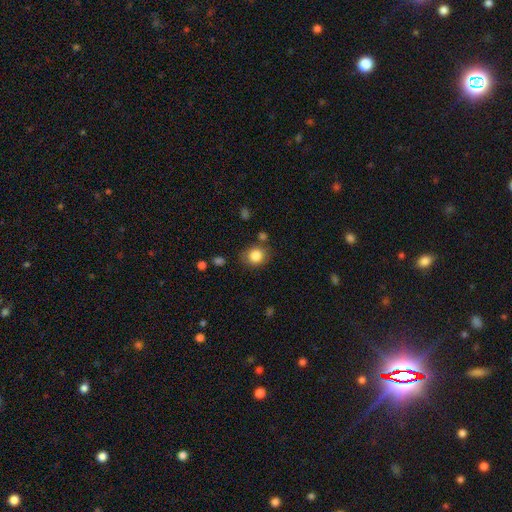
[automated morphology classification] smooth_or_featured: smooth (p=0.85) [alt: star or artifact p=0.10]
how_rounded: round (p=0.74) [alt: in between p=0.25]
merging: none (p=0.76) [alt: minor disturbance p=0.15]